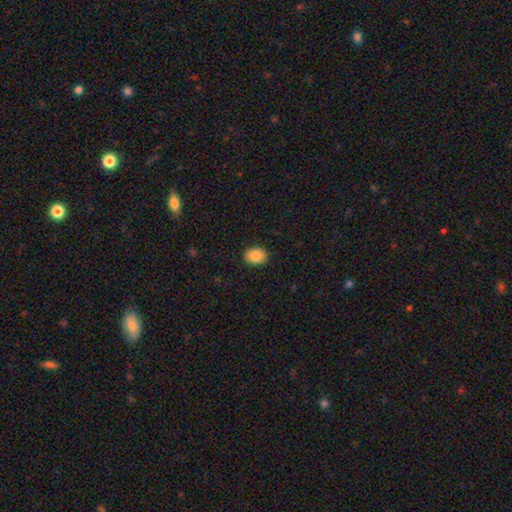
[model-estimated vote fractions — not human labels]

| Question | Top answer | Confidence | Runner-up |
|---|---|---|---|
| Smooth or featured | smooth | 88% | star or artifact (8%) |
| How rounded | in between | 69% | round (31%) |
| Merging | none | 89% | minor disturbance (8%) |